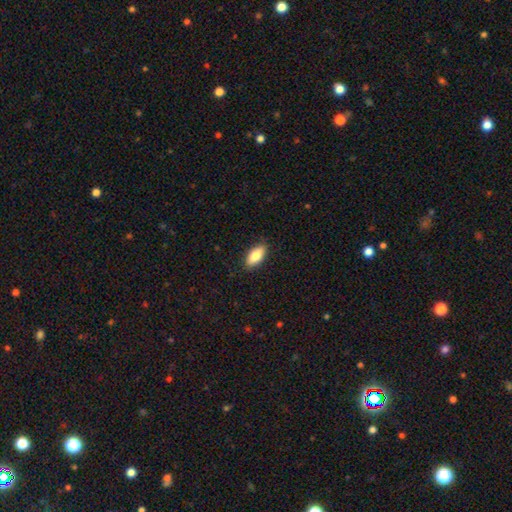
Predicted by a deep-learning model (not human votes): Smooth or featured?
  - smooth: 80% *
  - featured or disk: 14%
  - star or artifact: 6%
How rounded?
  - in between: 86% *
  - cigar-shaped: 11%
  - round: 3%
Merging?
  - none: 88% *
  - minor disturbance: 9%
  - major disturbance: 2%
  - merger: 1%